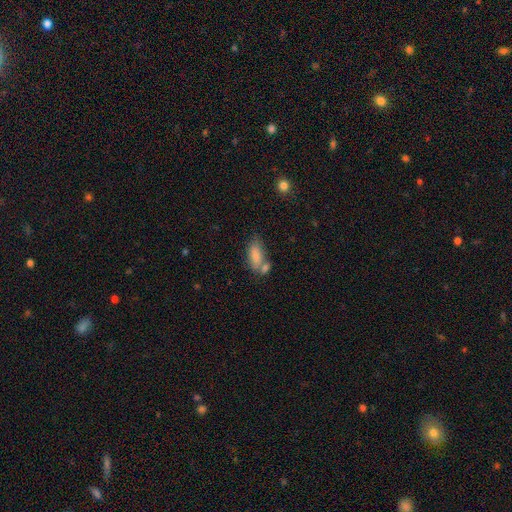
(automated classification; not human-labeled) smooth_or_featured: smooth (p=0.81) [alt: featured or disk p=0.12]
how_rounded: in between (p=0.84) [alt: cigar-shaped p=0.13]
merging: none (p=0.44) [alt: merger p=0.33]